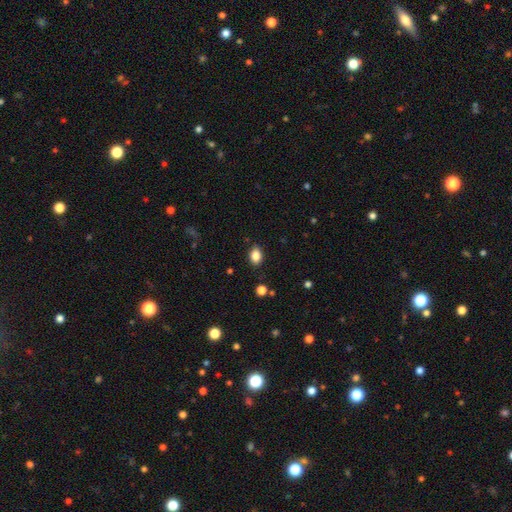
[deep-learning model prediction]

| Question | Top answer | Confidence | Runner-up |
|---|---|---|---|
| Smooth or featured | smooth | 85% | star or artifact (9%) |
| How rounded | in between | 76% | round (22%) |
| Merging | none | 86% | minor disturbance (10%) |